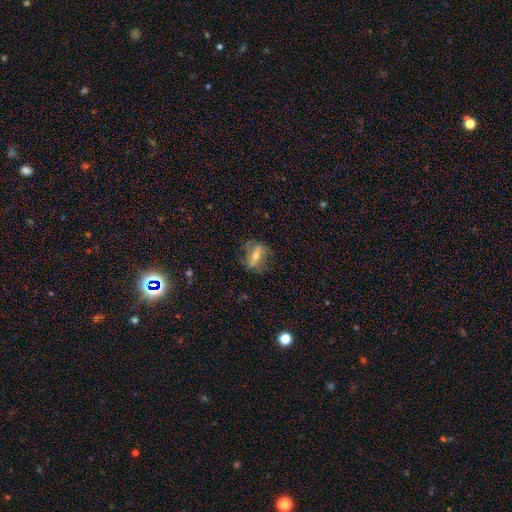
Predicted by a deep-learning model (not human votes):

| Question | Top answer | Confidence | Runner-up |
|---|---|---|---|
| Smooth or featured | featured or disk | 58% | smooth (30%) |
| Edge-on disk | no | 82% | yes (18%) |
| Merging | none | 70% | minor disturbance (19%) |